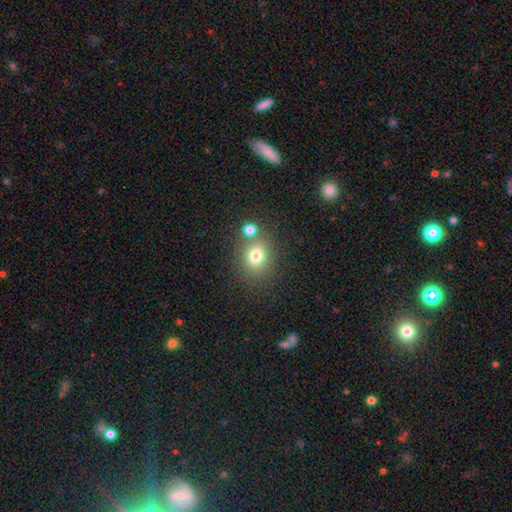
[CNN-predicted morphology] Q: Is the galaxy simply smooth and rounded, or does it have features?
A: smooth — 76%.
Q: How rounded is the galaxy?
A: round — 72%.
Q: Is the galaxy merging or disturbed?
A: none — 65%.